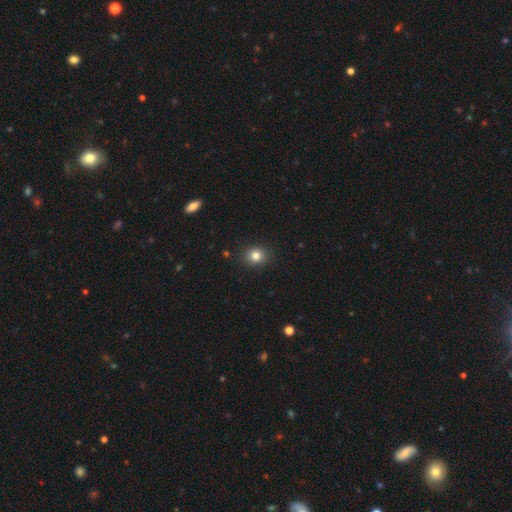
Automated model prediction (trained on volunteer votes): This is clearly a smooth galaxy (82%). How rounded: likely round (67%). Merging: clearly none (89%).